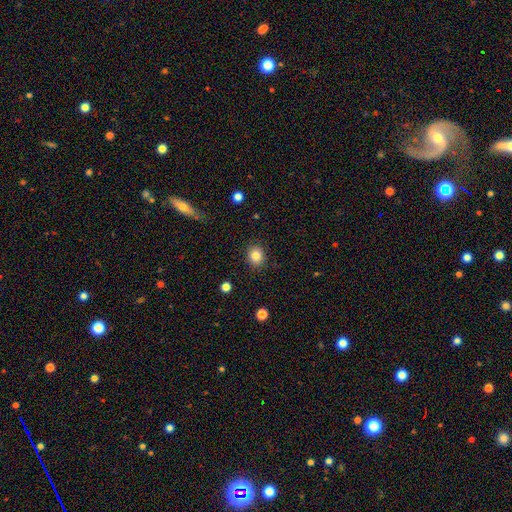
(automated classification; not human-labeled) Smooth or featured: smooth — 83% (star or artifact — 10%)
How rounded: round — 72% (in between — 28%)
Merging: none — 89% (minor disturbance — 8%)